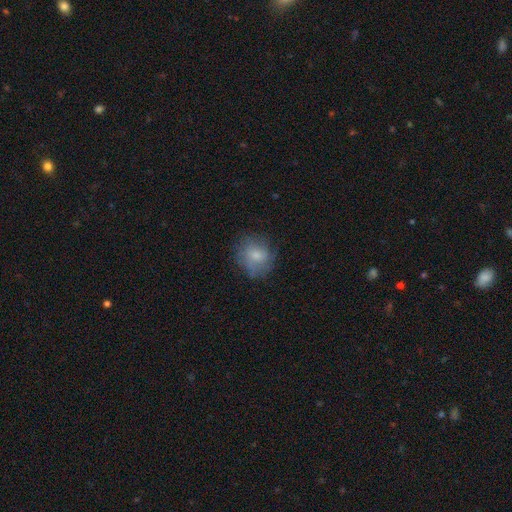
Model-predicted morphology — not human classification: smooth-or-featured: smooth: 72% | featured or disk: 19% | star or artifact: 9%
  how-rounded: round: 72% | in between: 27% | cigar-shaped: 1%
  merging: none: 67% | minor disturbance: 22% | major disturbance: 10% | merger: 1%